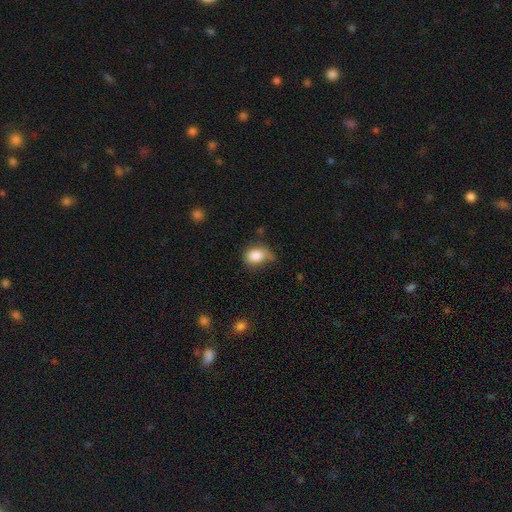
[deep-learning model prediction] Smooth or featured?
  - smooth: 82% *
  - featured or disk: 9%
  - star or artifact: 9%
How rounded?
  - in between: 60% *
  - round: 39%
  - cigar-shaped: 1%
Merging?
  - minor disturbance: 39% * (tied)
  - none: 39% * (tied)
  - major disturbance: 18%
  - merger: 4%